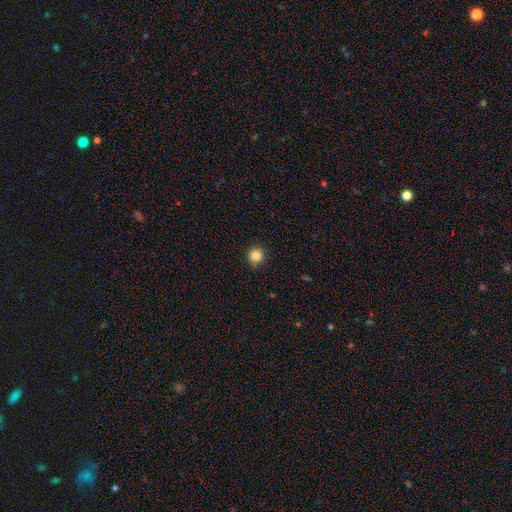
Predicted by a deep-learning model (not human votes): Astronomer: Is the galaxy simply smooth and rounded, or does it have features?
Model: smooth — 86%.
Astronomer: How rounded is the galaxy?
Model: round — 95%.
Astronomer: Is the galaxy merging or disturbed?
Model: none — 90%.